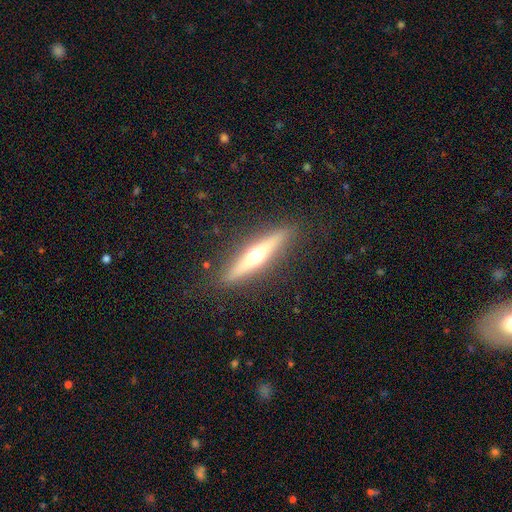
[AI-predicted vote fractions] The model was most divided on "smooth or featured": featured or disk: 64%, smooth: 28%, star or artifact: 8%. More confident: edge-on bulge — rounded (95%); edge-on disk — yes (94%); merging — none (88%).